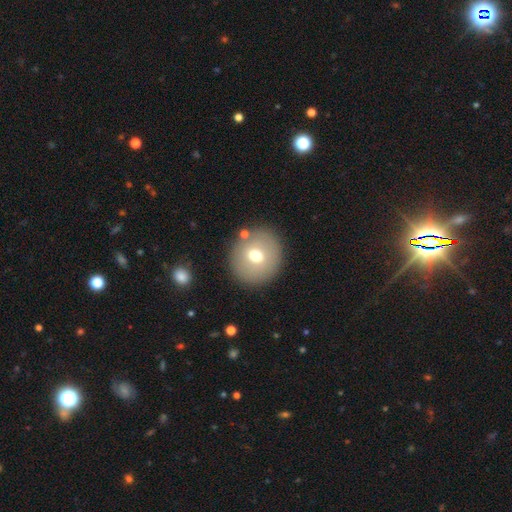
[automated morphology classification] type=smooth (68%); roundness=round (85%); merging=none (84%).